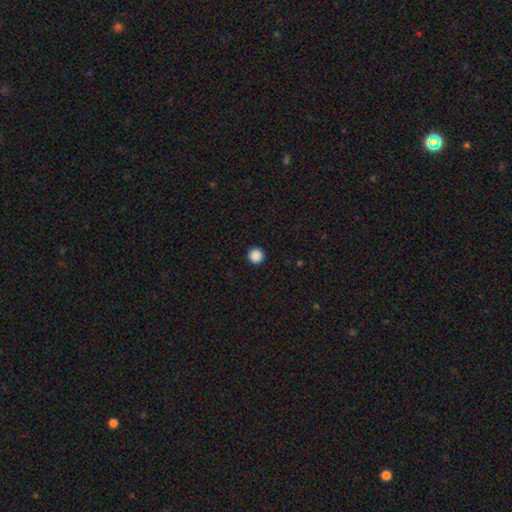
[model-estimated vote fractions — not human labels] Q: Smooth or featured?
A: smooth (88%); runner-up: star or artifact (10%)
Q: How rounded?
A: round (97%); runner-up: in between (2%)
Q: Merging?
A: none (94%); runner-up: minor disturbance (4%)